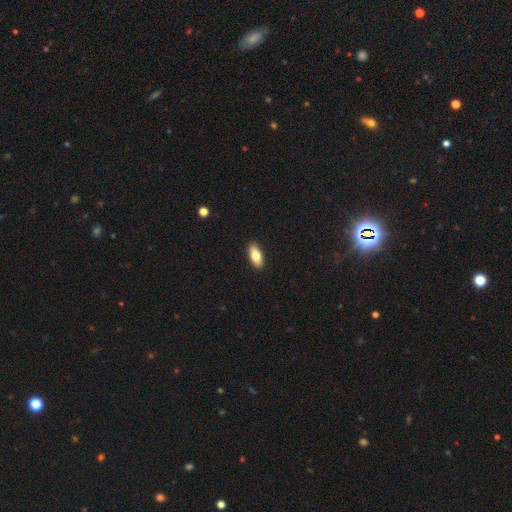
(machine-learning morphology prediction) smooth-or-featured: smooth: 77% | featured or disk: 17% | star or artifact: 6%
  how-rounded: in between: 82% | cigar-shaped: 15% | round: 3%
  merging: none: 90% | minor disturbance: 7% | major disturbance: 2% | merger: 1%